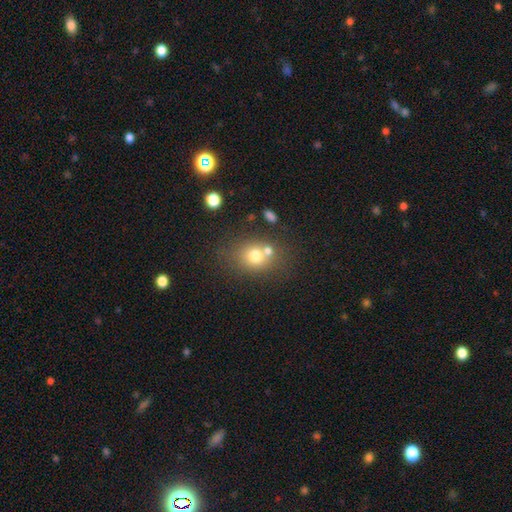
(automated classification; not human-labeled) smooth-or-featured: smooth: 72% | featured or disk: 15% | star or artifact: 13%
  how-rounded: round: 63% | in between: 36% | cigar-shaped: 1%
  merging: none: 51% | merger: 33% | minor disturbance: 11% | major disturbance: 5%